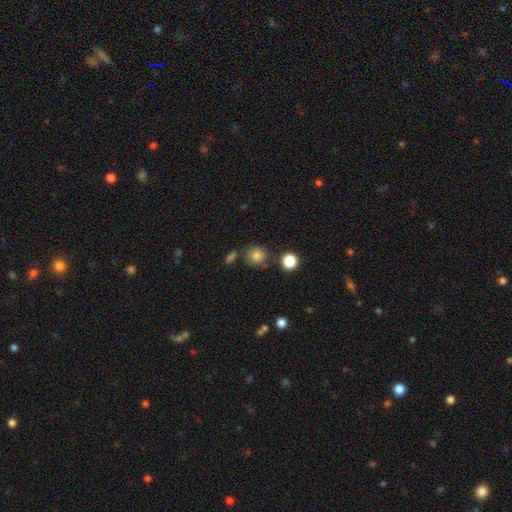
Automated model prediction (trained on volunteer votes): Smooth or featured?
  - smooth: 81% *
  - star or artifact: 12%
  - featured or disk: 7%
How rounded?
  - round: 87% *
  - in between: 12%
  - cigar-shaped: 1%
Merging?
  - none: 73% *
  - minor disturbance: 13%
  - merger: 10%
  - major disturbance: 4%